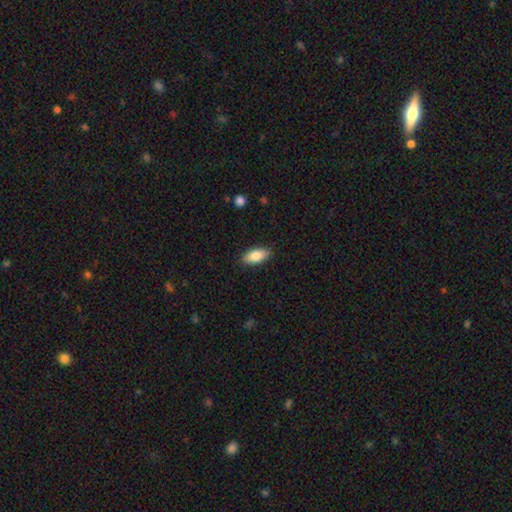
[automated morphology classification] Smooth or featured? Predicted: smooth (p=0.84). How rounded? Predicted: in between (p=0.88). Merging? Predicted: none (p=0.88).